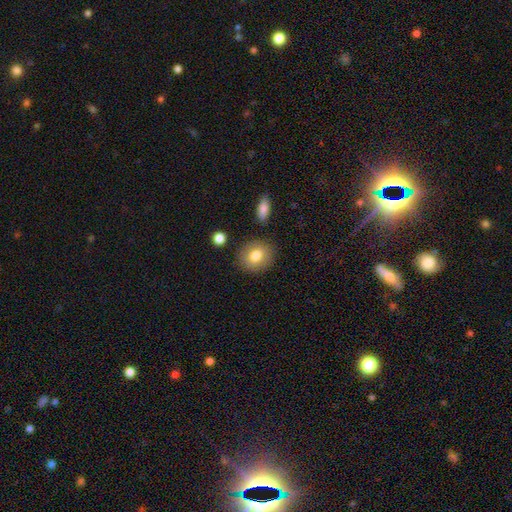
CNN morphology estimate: Q: Smooth or featured?
A: smooth (79%); runner-up: featured or disk (12%)
Q: How rounded?
A: round (64%); runner-up: in between (35%)
Q: Merging?
A: none (85%); runner-up: minor disturbance (10%)